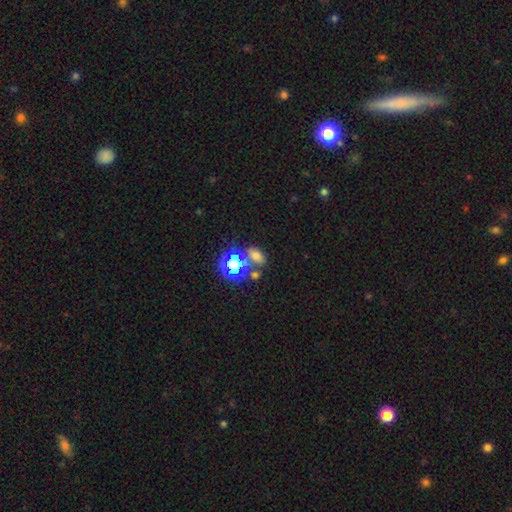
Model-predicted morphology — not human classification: Smooth or featured? smooth (58%)
How rounded? in between (80%)
Merging? none (63%)